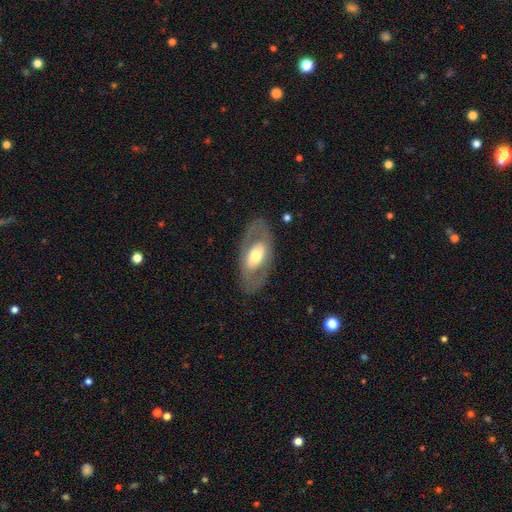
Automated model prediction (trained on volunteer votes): Overall: featured or disk (60%; smooth 35%). Edge-on disk: no (87%). Bar: no (53%; weak 27%). Spiral arms: no (73%). Bulge size: moderate (59%; large 23%). Merging: none (79%).